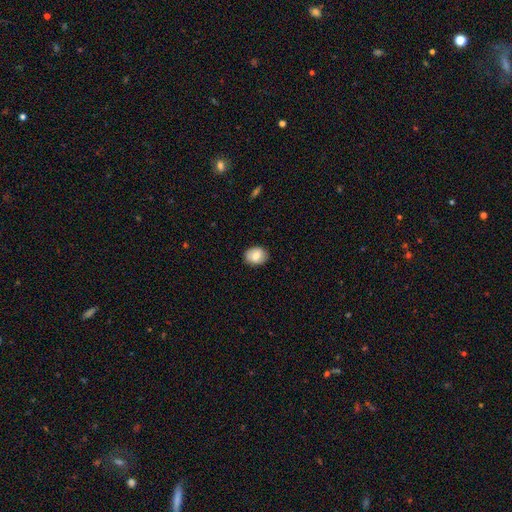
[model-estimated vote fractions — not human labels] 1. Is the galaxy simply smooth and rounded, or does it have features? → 77% smooth, 15% featured or disk, 8% star or artifact.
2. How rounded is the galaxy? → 57% in between, 42% round, 1% cigar-shaped.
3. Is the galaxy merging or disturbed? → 87% none, 10% minor disturbance, 2% major disturbance, 1% merger.